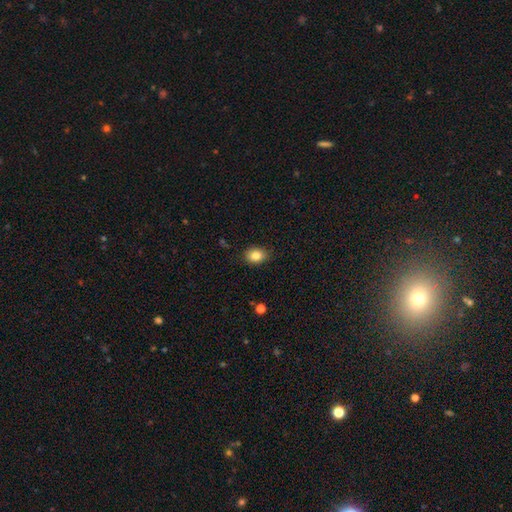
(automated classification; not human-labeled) Overall: smooth (84%). How rounded: in between (64%; round 35%). Merging: none (83%).